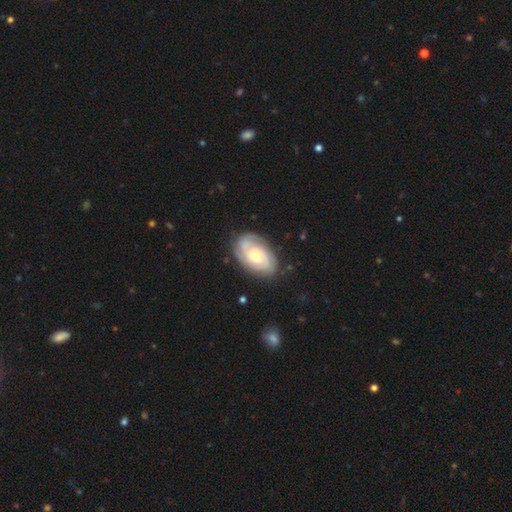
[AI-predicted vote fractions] smooth-or-featured: featured or disk: 75% | smooth: 20% | star or artifact: 5%
  disk-edge-on: no: 96% | yes: 4%
    bar: no: 75% | weak: 21% | strong: 4%
    has-spiral-arms: yes: 92% | no: 8%
      spiral-winding: tight: 66% | medium: 26% | loose: 8%
      spiral-arm-count: can't tell: 33% | 2: 32% | 3: 20% | 4: 6% | 1: 5% | more than 4: 4%
    bulge-size: moderate: 59% | small: 35% | large: 4% | none: 1% | dominant: 1%
  merging: none: 77% | minor disturbance: 17% | major disturbance: 5% | merger: 1%